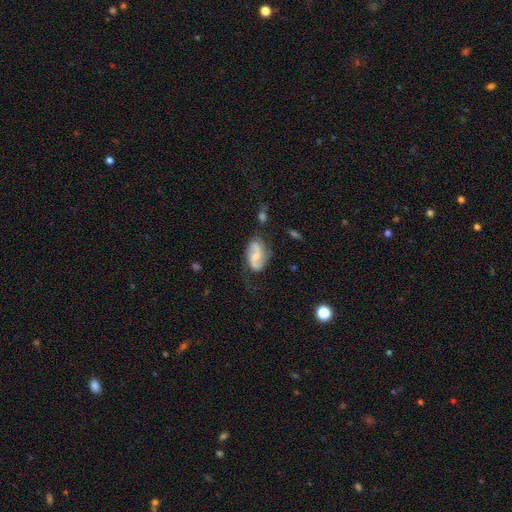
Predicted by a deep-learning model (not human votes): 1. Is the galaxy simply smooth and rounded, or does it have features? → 74% featured or disk, 19% smooth, 7% star or artifact.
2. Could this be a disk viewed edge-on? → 97% no, 3% yes.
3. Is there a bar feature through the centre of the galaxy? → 45% weak, 41% no, 14% strong.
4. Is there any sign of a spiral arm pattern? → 94% yes, 6% no.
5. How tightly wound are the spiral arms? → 45% loose, 40% medium, 15% tight.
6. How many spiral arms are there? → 89% 2, 5% can't tell, 3% 1, 1% 3, 1% 4, 1% more than 4.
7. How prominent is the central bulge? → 41% small, 33% moderate, 21% none, 4% large, 1% dominant.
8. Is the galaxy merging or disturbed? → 63% none, 22% minor disturbance, 11% major disturbance, 4% merger.